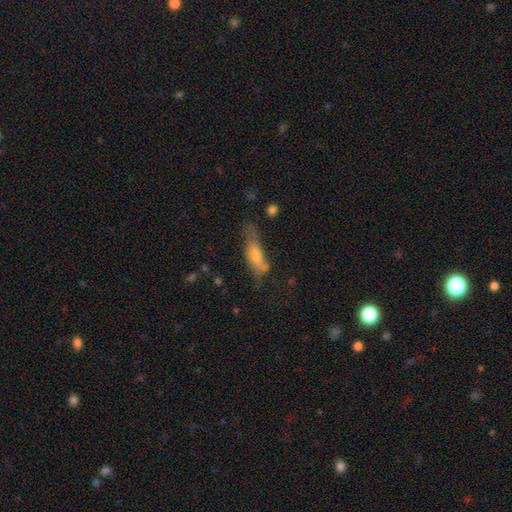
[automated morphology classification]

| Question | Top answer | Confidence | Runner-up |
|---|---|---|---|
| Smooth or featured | smooth | 58% | featured or disk (33%) |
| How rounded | in between | 51% | cigar-shaped (47%) |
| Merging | none | 41% | minor disturbance (32%) |